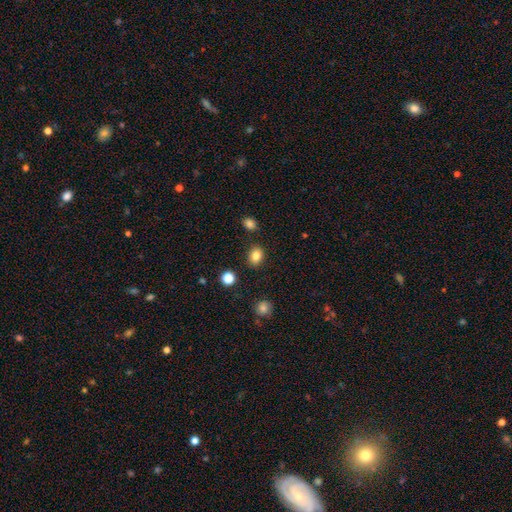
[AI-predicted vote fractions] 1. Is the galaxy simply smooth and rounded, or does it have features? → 83% smooth, 11% star or artifact, 6% featured or disk.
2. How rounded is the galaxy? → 58% in between, 41% round, 1% cigar-shaped.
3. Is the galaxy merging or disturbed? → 86% none, 9% minor disturbance, 3% merger, 2% major disturbance.